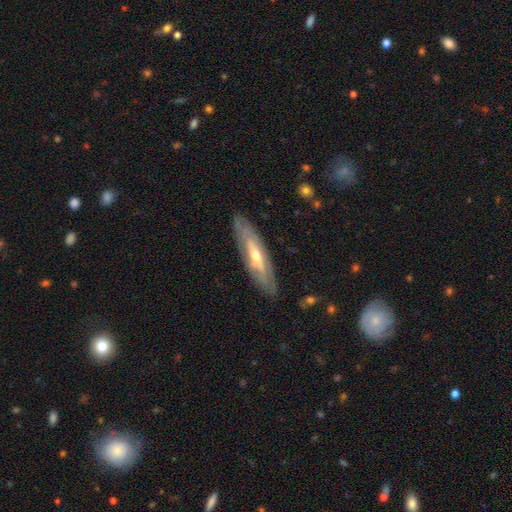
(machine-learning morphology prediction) Smooth or featured? Predicted: featured or disk (p=0.66). Edge-on disk? Predicted: no (p=0.56). Merging? Predicted: none (p=0.83).